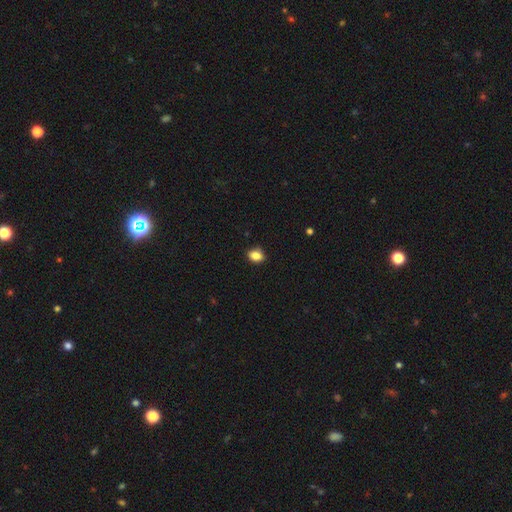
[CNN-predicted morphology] Overall: smooth (86%). How rounded: in between (60%; round 39%). Merging: none (87%).